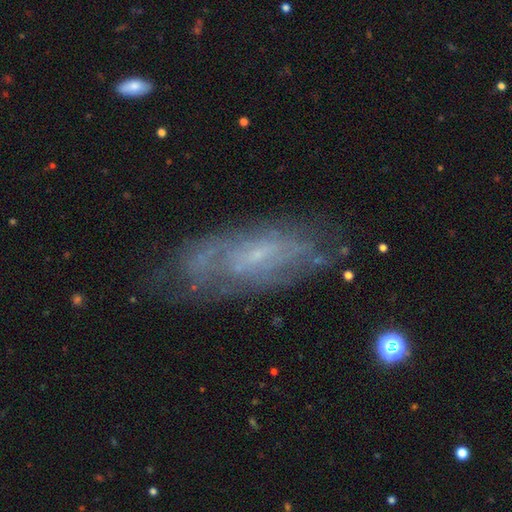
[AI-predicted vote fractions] A featured or disk galaxy (67%) with no bar (56%), spiral arms (66%) and a small central bulge (72%).

Vote fractions:
- Smooth or featured? featured or disk: 67% / smooth: 23% / star or artifact: 10%
- Edge-on disk? no: 85% / yes: 15%
- Bar? no: 56% / weak: 36% / strong: 8%
- Spiral arms? yes: 66% / no: 34%
- Bulge size? small: 72% / none: 14% / moderate: 12% / large: 1% / dominant: 1%
- Merging? none: 67% / minor disturbance: 21% / major disturbance: 9% / merger: 3%